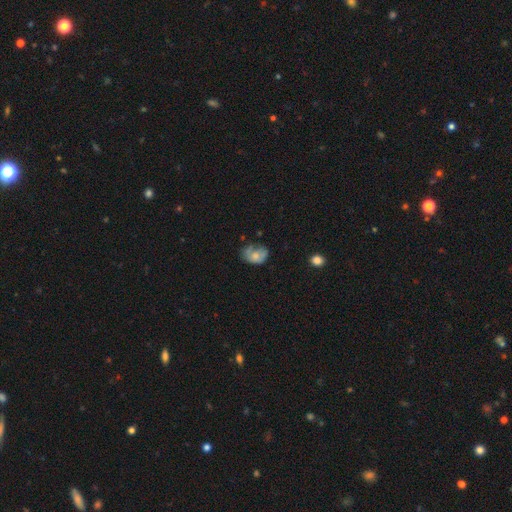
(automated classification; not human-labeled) The model was most divided on "merging": none: 37%, minor disturbance: 34%, major disturbance: 25%, merger: 4%. More confident: how rounded — in between (68%); smooth or featured — smooth (58%).